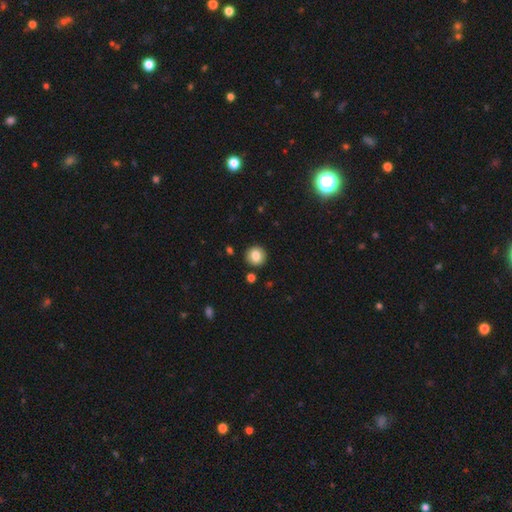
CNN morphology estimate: smooth_or_featured: smooth (p=0.83) [alt: star or artifact p=0.09]
how_rounded: round (p=0.93) [alt: in between p=0.06]
merging: none (p=0.91) [alt: minor disturbance p=0.05]